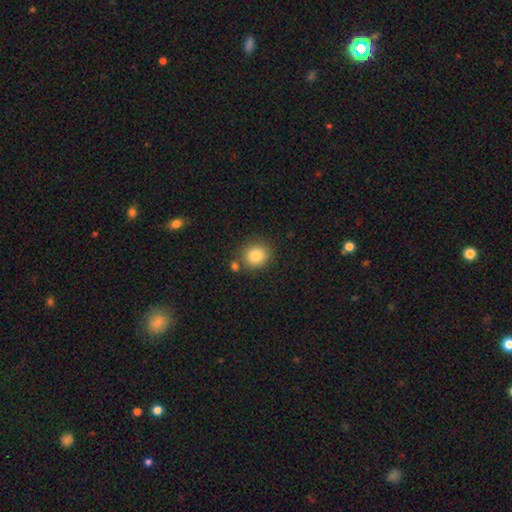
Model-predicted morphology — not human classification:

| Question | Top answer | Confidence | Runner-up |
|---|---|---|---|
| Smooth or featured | smooth | 83% | star or artifact (10%) |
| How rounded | round | 80% | in between (19%) |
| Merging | none | 78% | minor disturbance (10%) |